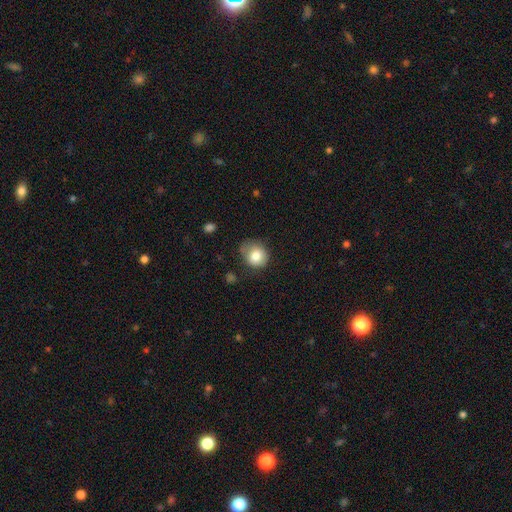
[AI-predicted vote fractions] smooth 81%, featured or disk 10%, star or artifact 9%. Down the decision tree: how rounded — round (75%); merging — none (58%).